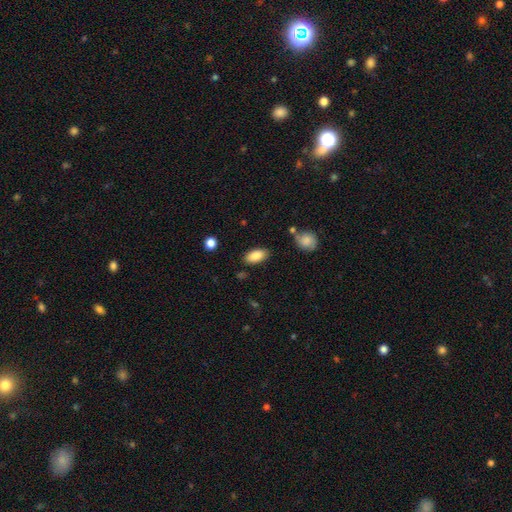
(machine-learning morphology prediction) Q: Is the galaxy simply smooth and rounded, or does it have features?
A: smooth — 88%.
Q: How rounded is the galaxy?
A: in between — 91%.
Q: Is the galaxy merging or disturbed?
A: none — 83%.